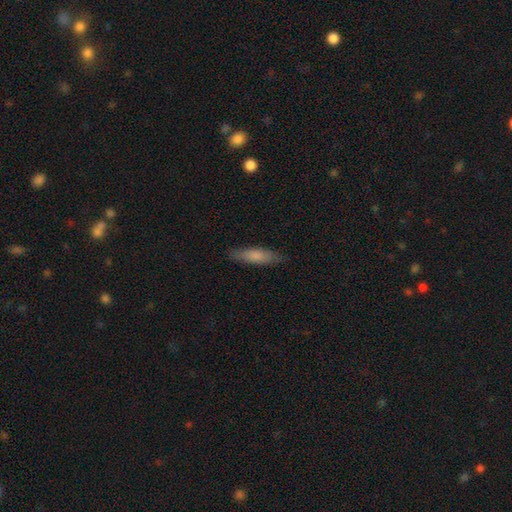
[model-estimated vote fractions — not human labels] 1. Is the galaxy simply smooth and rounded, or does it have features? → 76% smooth, 19% featured or disk, 6% star or artifact.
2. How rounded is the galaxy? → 65% cigar-shaped, 34% in between, 2% round.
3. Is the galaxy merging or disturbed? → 84% none, 13% minor disturbance, 3% major disturbance, 1% merger.